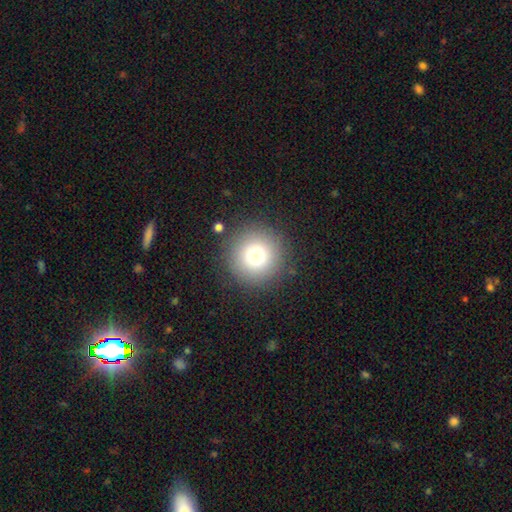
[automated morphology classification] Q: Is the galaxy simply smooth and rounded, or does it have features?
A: smooth — 77%.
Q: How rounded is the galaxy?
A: round — 96%.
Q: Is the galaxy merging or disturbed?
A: none — 88%.